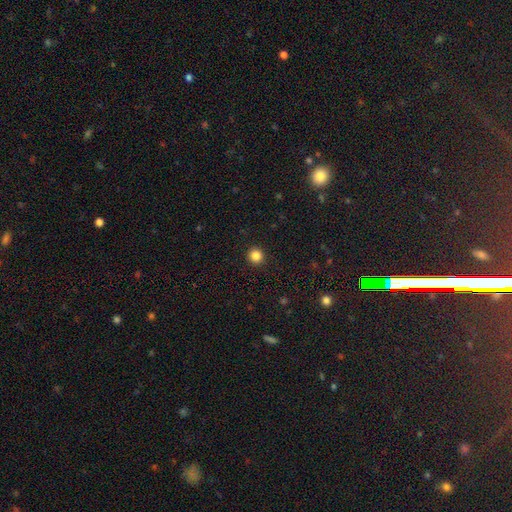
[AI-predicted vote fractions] smooth-or-featured: smooth: 85% | star or artifact: 12% | featured or disk: 4%
  how-rounded: round: 95% | in between: 5% | cigar-shaped: 1%
  merging: none: 93% | minor disturbance: 4% | major disturbance: 2% | merger: 1%